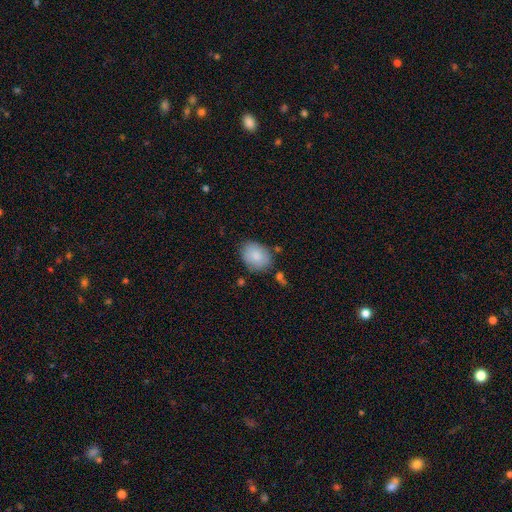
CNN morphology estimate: Smooth or featured? Predicted: smooth (p=0.85). How rounded? Predicted: in between (p=0.61). Merging? Predicted: none (p=0.75).